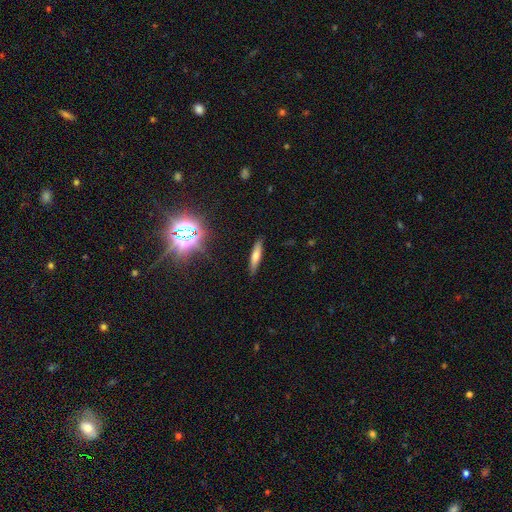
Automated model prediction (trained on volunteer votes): Overall: smooth (62%; featured or disk 25%). How rounded: cigar-shaped (77%). Merging: none (86%).